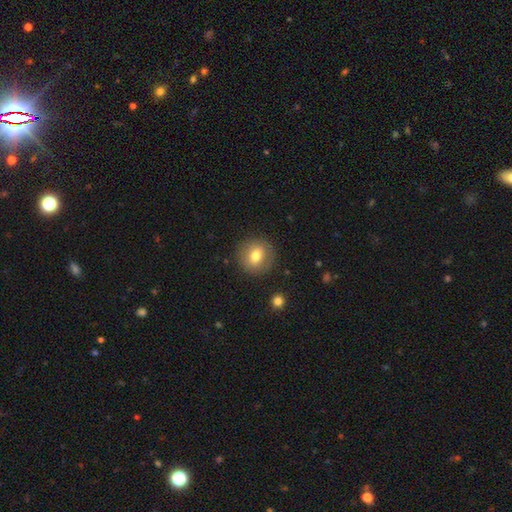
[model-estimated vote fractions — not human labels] Smooth or featured: smooth — 70% (featured or disk — 21%)
How rounded: round — 86% (in between — 13%)
Merging: none — 87% (minor disturbance — 9%)